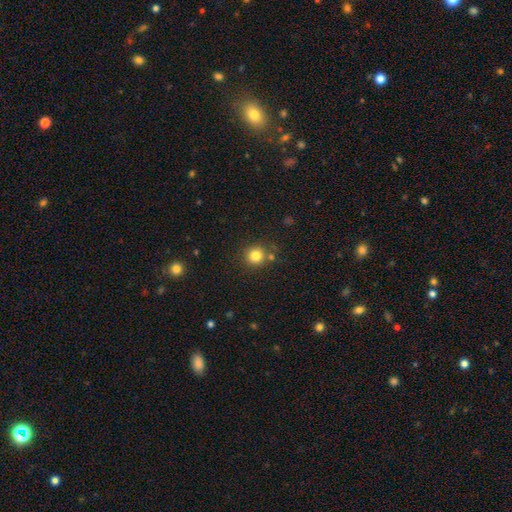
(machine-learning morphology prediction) Q: Smooth or featured?
A: smooth (81%); runner-up: star or artifact (12%)
Q: How rounded?
A: round (92%); runner-up: in between (7%)
Q: Merging?
A: none (80%); runner-up: minor disturbance (9%)